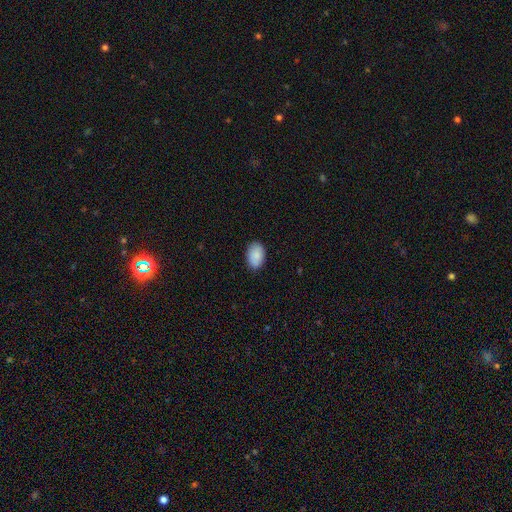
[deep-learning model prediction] smooth-or-featured: smooth: 89% | star or artifact: 6% | featured or disk: 4%
  how-rounded: in between: 88% | round: 10% | cigar-shaped: 1%
  merging: none: 87% | minor disturbance: 10% | major disturbance: 2% | merger: 1%